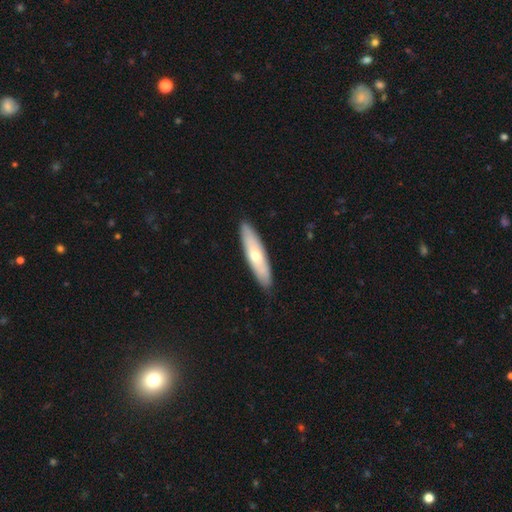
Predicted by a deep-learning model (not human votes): Overall: smooth (55%; featured or disk 40%). How rounded: cigar-shaped (69%). Merging: none (89%).